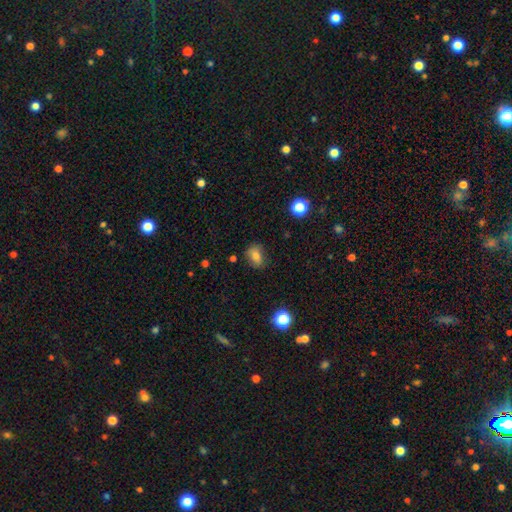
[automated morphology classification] smooth 75%, featured or disk 13%, star or artifact 12%. Down the decision tree: how rounded — in between (64%); merging — none (76%).